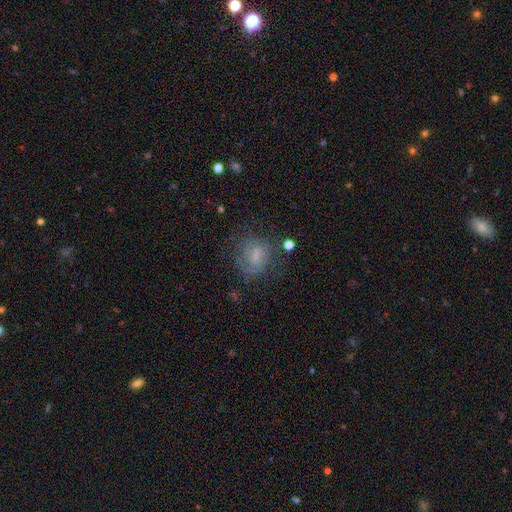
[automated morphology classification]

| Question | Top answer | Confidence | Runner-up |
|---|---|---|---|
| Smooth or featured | featured or disk | 55% | smooth (34%) |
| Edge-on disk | no | 96% | yes (4%) |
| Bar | weak | 51% | no (27%) |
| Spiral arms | yes | 77% | no (23%) |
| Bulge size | none | 36% | small (35%) |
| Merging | none | 60% | minor disturbance (20%) |